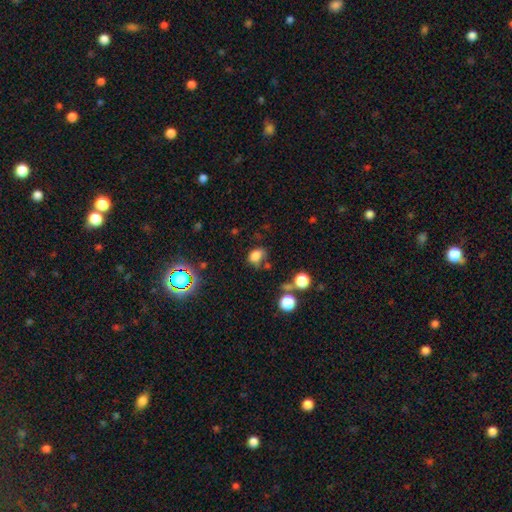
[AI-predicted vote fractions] This appears to be a smooth galaxy with no disk features (77%) that is in between round and cigar-shaped (67%). Merging: none (54%).